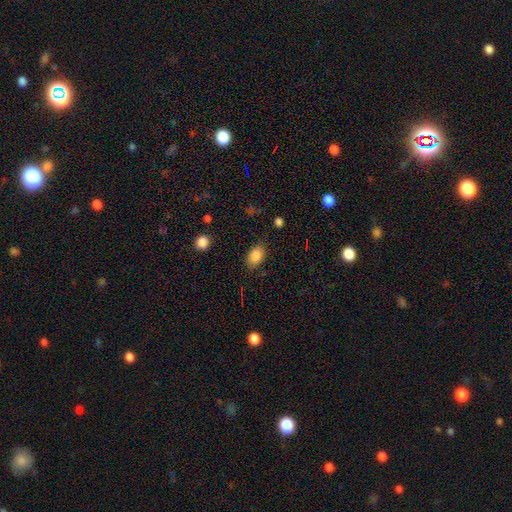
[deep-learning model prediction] smooth 85%, star or artifact 9%, featured or disk 6%. Down the decision tree: how rounded — in between (86%); merging — none (81%).